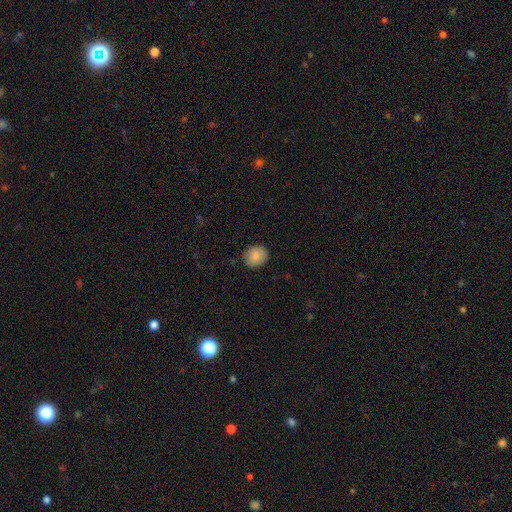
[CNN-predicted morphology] A smooth galaxy with no disk features (87%) that is round (74%).

Vote fractions:
- Smooth or featured? smooth: 87% / star or artifact: 8% / featured or disk: 5%
- How rounded? round: 74% / in between: 25% / cigar-shaped: 1%
- Merging? none: 88% / minor disturbance: 9% / major disturbance: 2% / merger: 1%